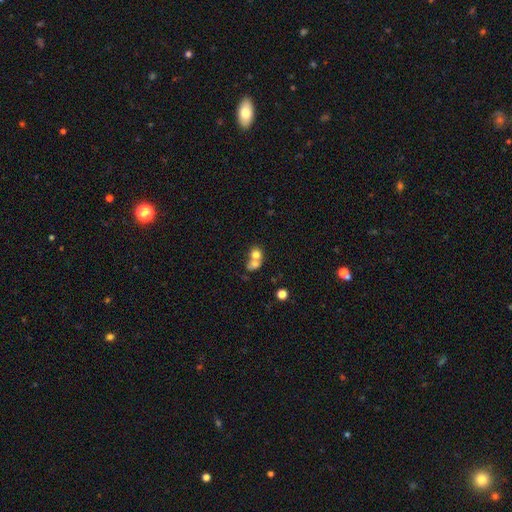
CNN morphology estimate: The model was most divided on "how rounded": round: 64%, in between: 35%, cigar-shaped: 1%. More confident: smooth or featured — smooth (74%); merging — merger (66%).